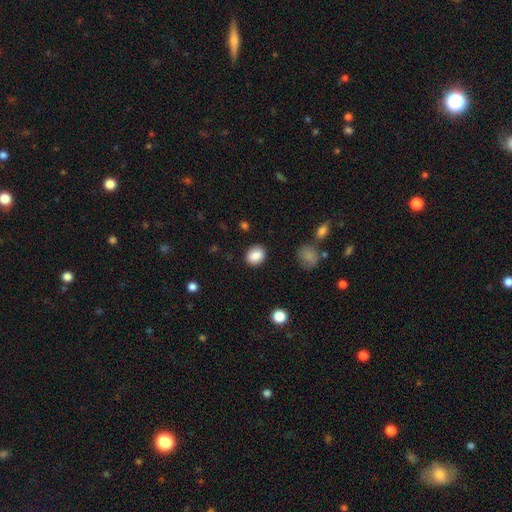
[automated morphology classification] The model was most divided on "how rounded": round: 52%, in between: 47%, cigar-shaped: 1%. More confident: merging — none (88%); smooth or featured — smooth (87%).